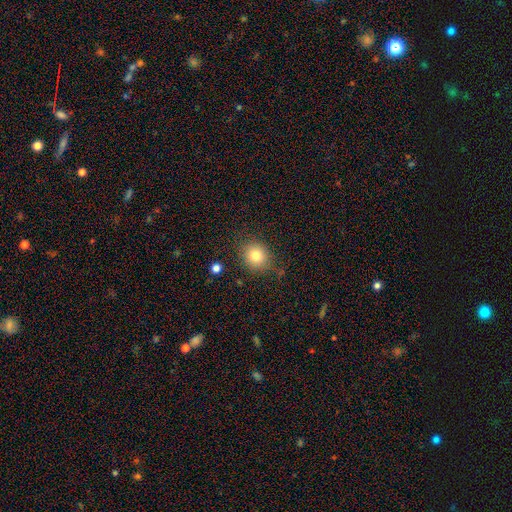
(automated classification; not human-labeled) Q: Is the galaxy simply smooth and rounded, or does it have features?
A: smooth — 80%.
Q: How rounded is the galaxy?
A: round — 78%.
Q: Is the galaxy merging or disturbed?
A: none — 81%.